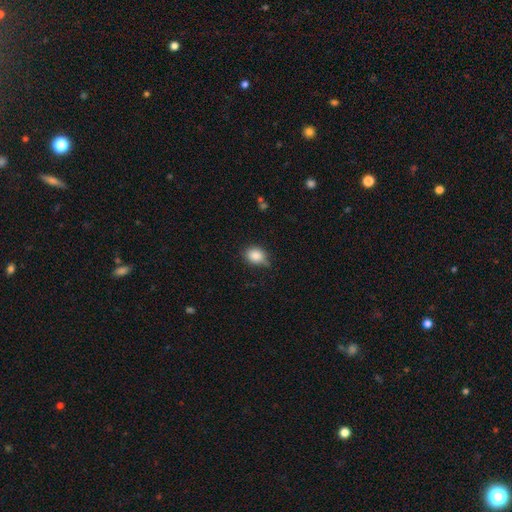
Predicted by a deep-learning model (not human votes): This appears to be a smooth galaxy with no disk features (85%) that is in between round and cigar-shaped (50%). Merging: none (59%).